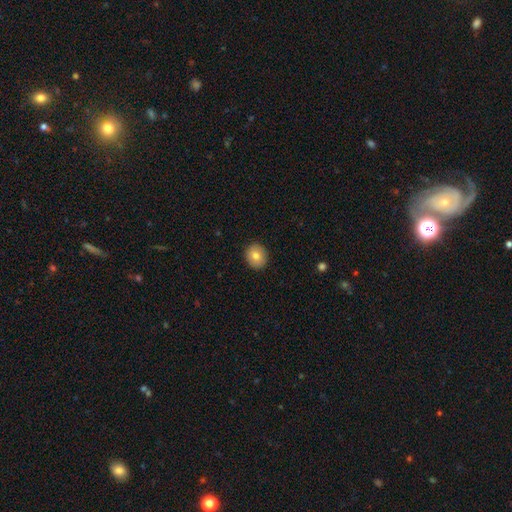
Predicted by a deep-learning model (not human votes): Q: Smooth or featured?
A: smooth (78%); runner-up: featured or disk (14%)
Q: How rounded?
A: round (74%); runner-up: in between (25%)
Q: Merging?
A: none (91%); runner-up: minor disturbance (7%)